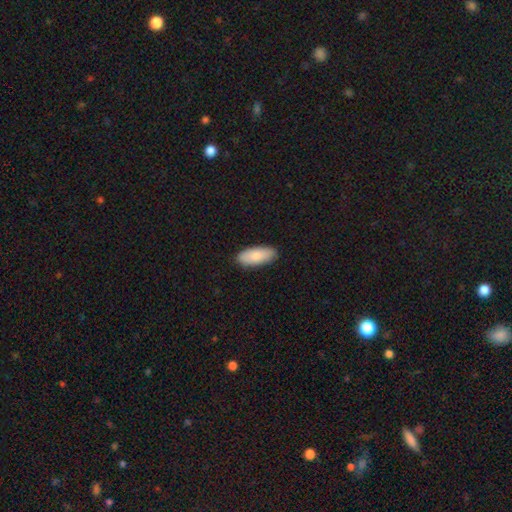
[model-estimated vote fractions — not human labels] Smooth or featured? smooth (86%)
How rounded? in between (84%)
Merging? none (88%)